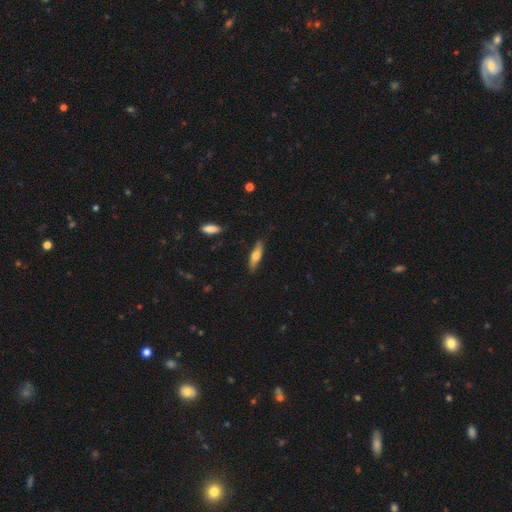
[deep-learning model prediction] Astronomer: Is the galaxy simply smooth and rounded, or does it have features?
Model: smooth — 58% (runner-up: featured or disk, 37%).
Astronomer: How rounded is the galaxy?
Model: cigar-shaped — 65%.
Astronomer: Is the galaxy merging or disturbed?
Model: none — 82%.